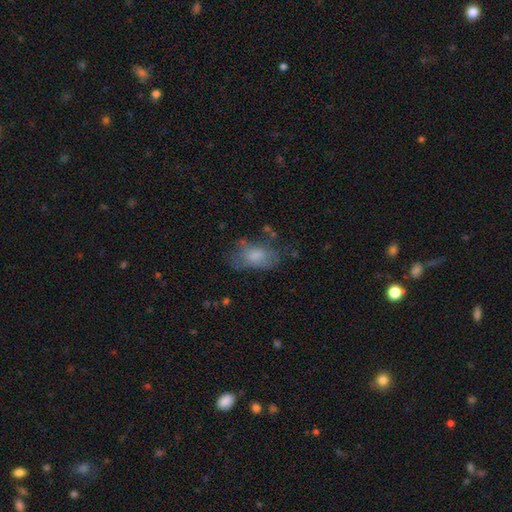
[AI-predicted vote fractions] Smooth or featured: smooth — 69% (featured or disk — 23%)
How rounded: in between — 90% (round — 7%)
Merging: none — 48% (minor disturbance — 28%)